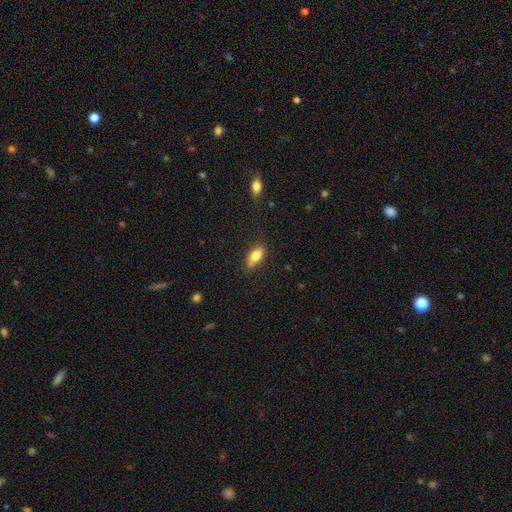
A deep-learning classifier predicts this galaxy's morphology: Smooth or featured? Predicted: smooth (p=0.79). How rounded? Predicted: in between (p=0.82). Merging? Predicted: none (p=0.78).